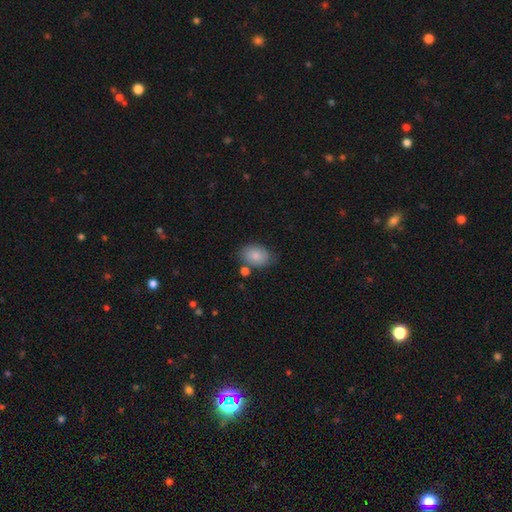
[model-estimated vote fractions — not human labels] smooth-or-featured: smooth: 80% | featured or disk: 13% | star or artifact: 7%
  how-rounded: in between: 81% | round: 18% | cigar-shaped: 1%
  merging: none: 67% | minor disturbance: 20% | merger: 9% | major disturbance: 5%